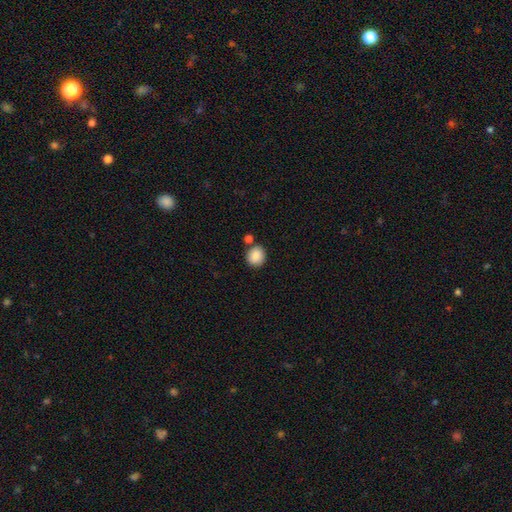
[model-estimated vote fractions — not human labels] A smooth galaxy with no disk features (87%) that is round (78%). Merging: none (75%).